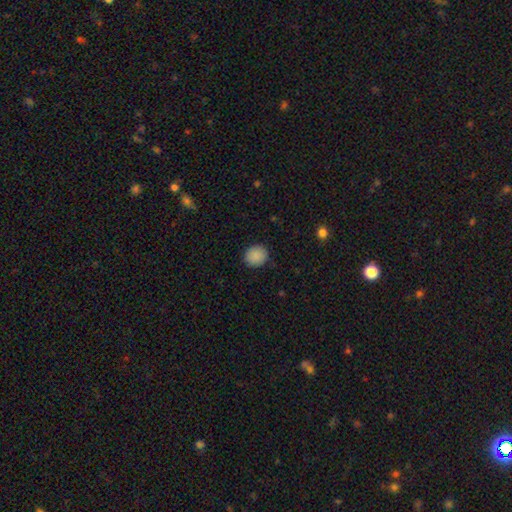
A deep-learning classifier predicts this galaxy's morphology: smooth 89%, star or artifact 8%, featured or disk 3%. Down the decision tree: how rounded — round (81%); merging — none (88%).